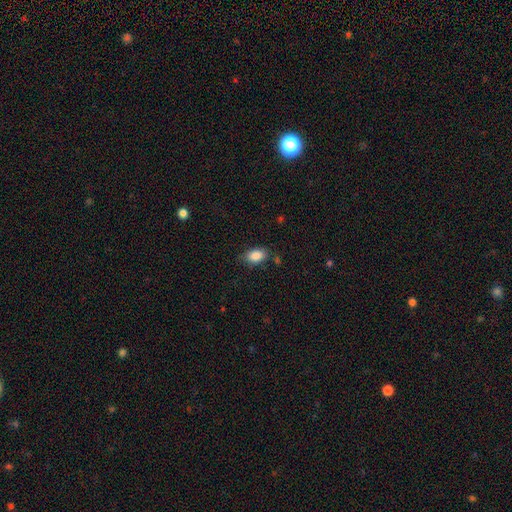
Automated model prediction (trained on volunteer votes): Smooth or featured?
  - smooth: 87% *
  - star or artifact: 8%
  - featured or disk: 5%
How rounded?
  - in between: 88% *
  - round: 10%
  - cigar-shaped: 2%
Merging?
  - none: 78% *
  - minor disturbance: 16%
  - major disturbance: 4%
  - merger: 3%